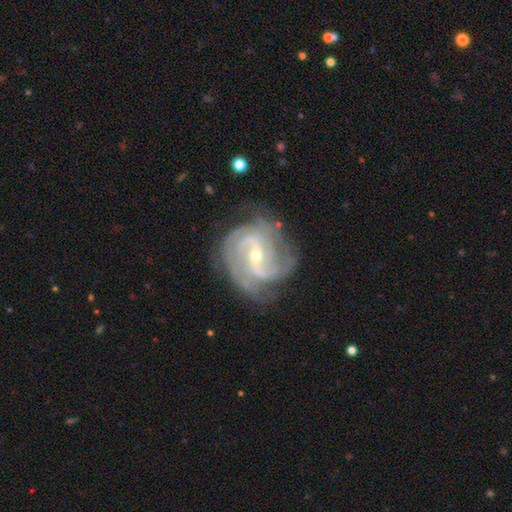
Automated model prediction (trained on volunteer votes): smooth_or_featured: featured or disk (p=0.91) [alt: star or artifact p=0.05]
disk_edge_on: no (p=0.98) [alt: yes p=0.02]
bar: weak (p=0.47) [alt: strong p=0.29]
has_spiral_arms: yes (p=0.98) [alt: no p=0.02]
spiral_winding: medium (p=0.48) [alt: tight p=0.39]
spiral_arm_count: 2 (p=0.44) [alt: 3 p=0.25]
bulge_size: small (p=0.63) [alt: moderate p=0.34]
merging: none (p=0.70) [alt: minor disturbance p=0.20]